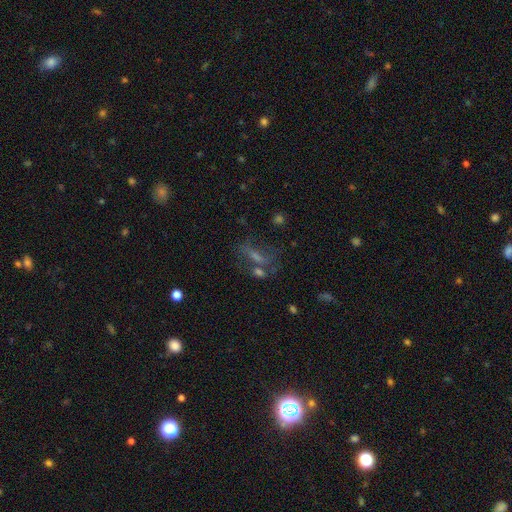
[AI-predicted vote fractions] Morphology: type=featured or disk (36%, tied with smooth); merging=none (48%).